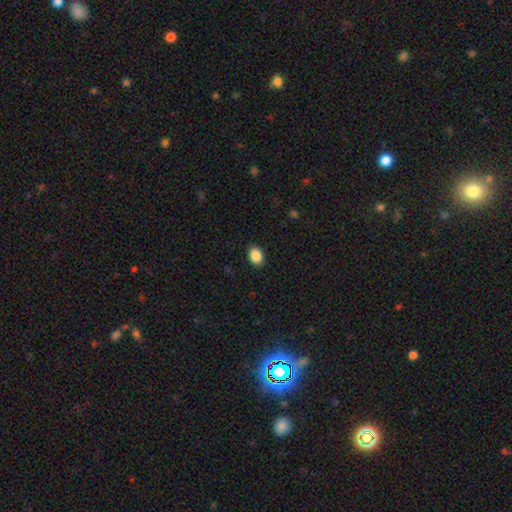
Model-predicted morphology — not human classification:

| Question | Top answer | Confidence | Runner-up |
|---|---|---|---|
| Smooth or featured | smooth | 88% | star or artifact (8%) |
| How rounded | in between | 69% | round (30%) |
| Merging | none | 90% | minor disturbance (7%) |